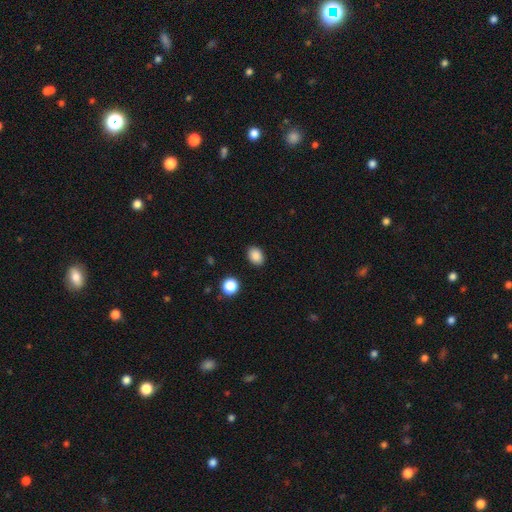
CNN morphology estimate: Overall: smooth (87%). How rounded: in between (69%; round 30%). Merging: none (89%).